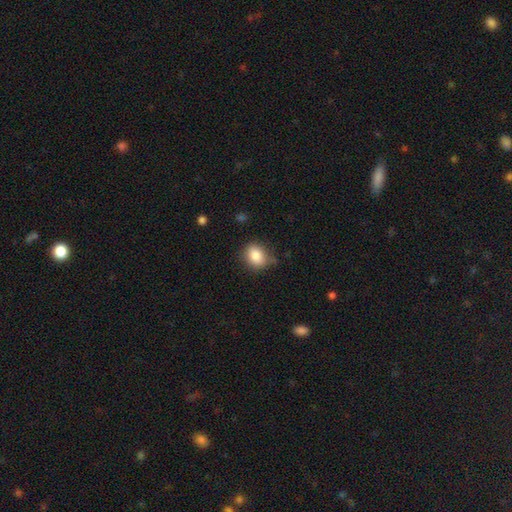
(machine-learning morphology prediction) Smooth or featured: smooth — 84% (star or artifact — 9%)
How rounded: round — 60% (in between — 39%)
Merging: none — 72% (minor disturbance — 21%)